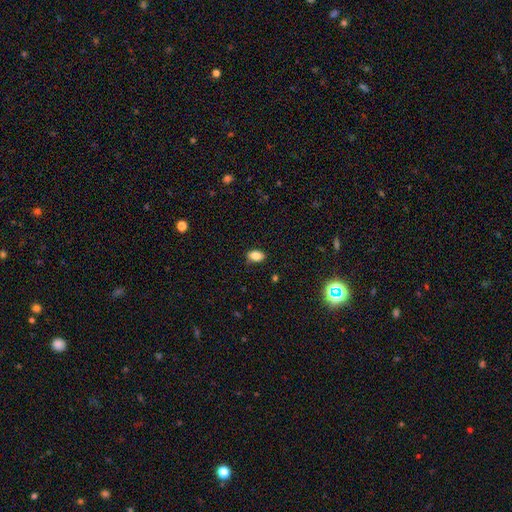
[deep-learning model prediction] Smooth or featured?
  - smooth: 86% *
  - star or artifact: 9%
  - featured or disk: 5%
How rounded?
  - in between: 88% *
  - round: 10%
  - cigar-shaped: 2%
Merging?
  - none: 87% *
  - minor disturbance: 10%
  - major disturbance: 2%
  - merger: 1%